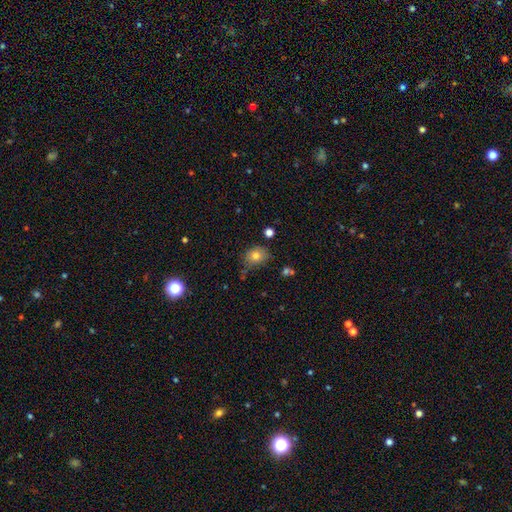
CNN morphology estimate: This is likely a smooth galaxy (78%). How rounded: possibly in between (50%). Merging: possibly none (56%).